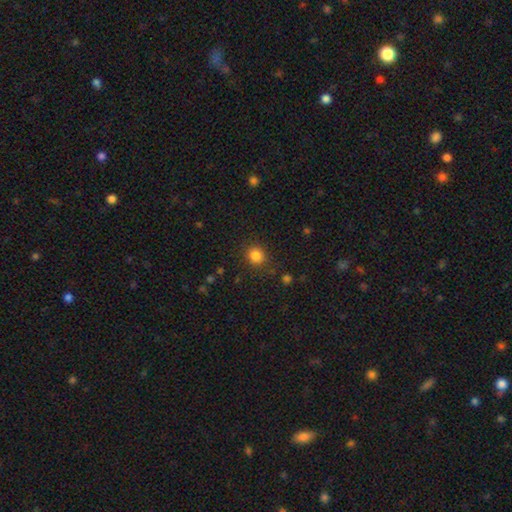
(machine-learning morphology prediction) A smooth galaxy with no disk features (83%) that is round (89%). Merging: none (86%).